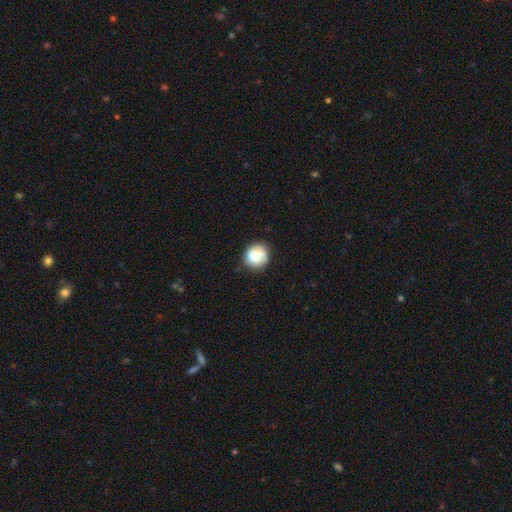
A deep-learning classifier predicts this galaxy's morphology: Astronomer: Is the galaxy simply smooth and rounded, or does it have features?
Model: smooth — 76%.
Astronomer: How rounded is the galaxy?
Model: round — 91%.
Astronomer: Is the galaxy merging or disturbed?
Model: none — 78%.